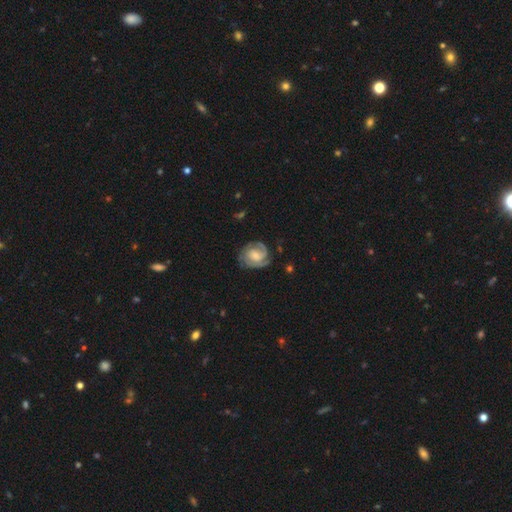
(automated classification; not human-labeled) Smooth or featured? featured or disk (84%)
Edge-on disk? no (98%)
Bar? no (58%)
Spiral arms? yes (97%)
Spiral winding? tight (63%)
Spiral arm count? 2 (46%)
Bulge size? small (44%)
Merging? none (72%)